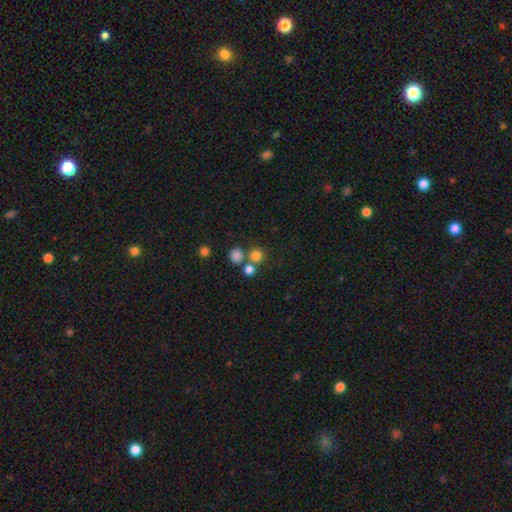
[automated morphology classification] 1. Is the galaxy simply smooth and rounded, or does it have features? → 77% smooth, 16% star or artifact, 7% featured or disk.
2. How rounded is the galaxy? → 91% round, 8% in between, 1% cigar-shaped.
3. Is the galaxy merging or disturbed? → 65% none, 25% merger, 7% minor disturbance, 3% major disturbance.